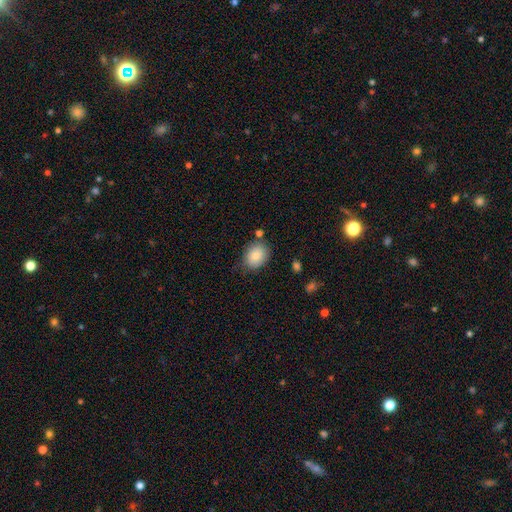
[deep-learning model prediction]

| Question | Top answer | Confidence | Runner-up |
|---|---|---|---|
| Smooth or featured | smooth | 83% | featured or disk (9%) |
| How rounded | in between | 58% | round (41%) |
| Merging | none | 74% | minor disturbance (17%) |